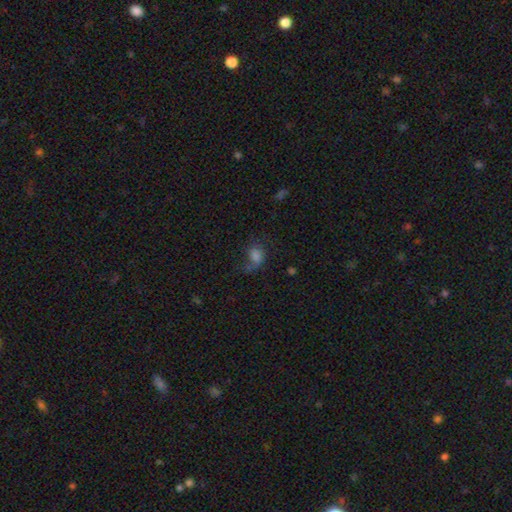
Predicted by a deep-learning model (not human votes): The model was most divided on "merging": none: 39%, major disturbance: 31%, minor disturbance: 23%, merger: 7%. More confident: smooth or featured — smooth (63%); how rounded — in between (58%).